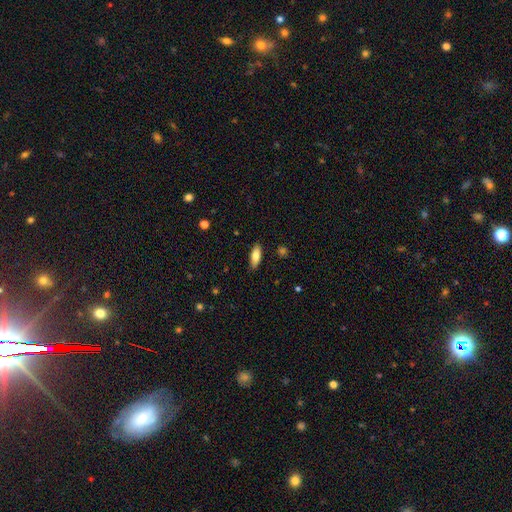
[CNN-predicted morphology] A smooth galaxy with no disk features (81%) that is in between round and cigar-shaped (73%). Merging: none (85%).